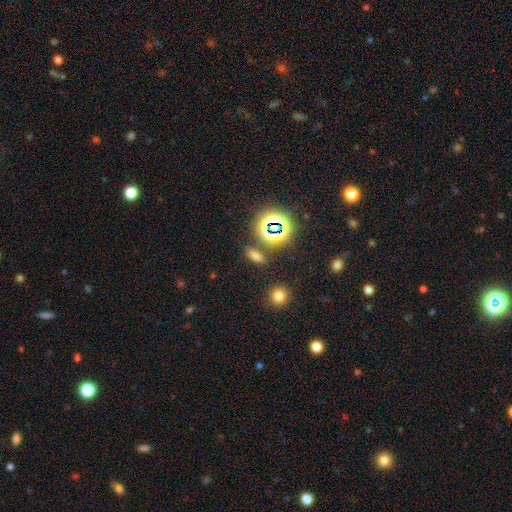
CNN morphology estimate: Smooth or featured? Predicted: smooth (p=0.61). How rounded? Predicted: in between (p=0.73). Merging? Predicted: none (p=0.79).